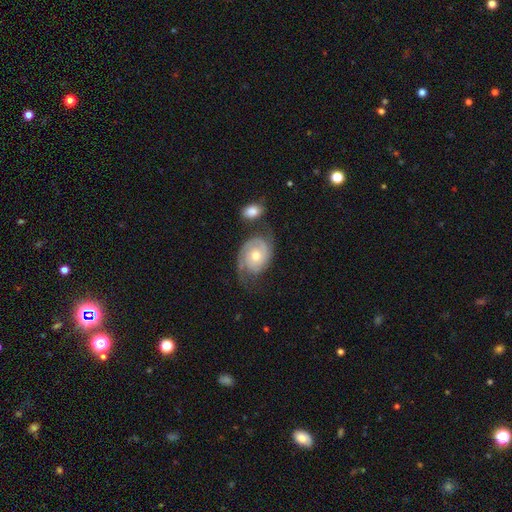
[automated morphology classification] Smooth or featured? Predicted: featured or disk (p=0.79). Edge-on disk? Predicted: no (p=0.97). Bar? Predicted: no (p=0.76). Spiral arms? Predicted: yes (p=0.94). Spiral winding? Predicted: tight (p=0.53). Spiral arm count? Predicted: 2 (p=0.68). Bulge size? Predicted: moderate (p=0.67). Merging? Predicted: none (p=0.53).